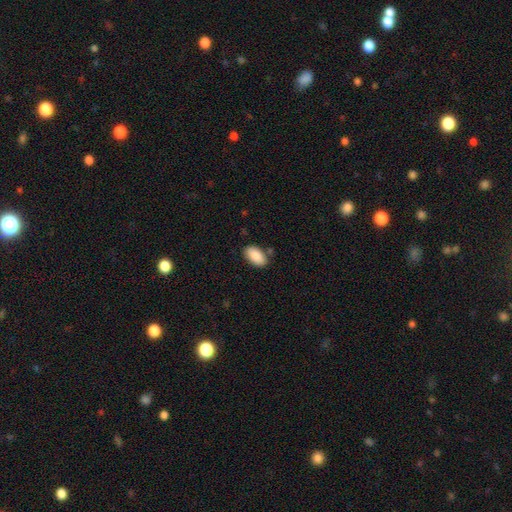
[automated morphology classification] Smooth or featured?
  - smooth: 89% *
  - star or artifact: 6%
  - featured or disk: 5%
How rounded?
  - in between: 94% *
  - round: 4%
  - cigar-shaped: 2%
Merging?
  - none: 82% *
  - minor disturbance: 12%
  - merger: 4%
  - major disturbance: 3%